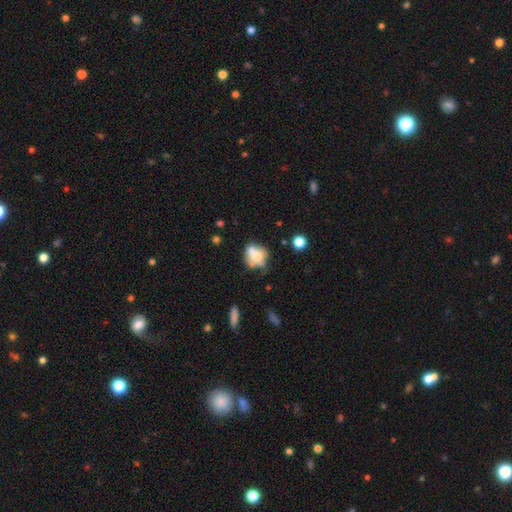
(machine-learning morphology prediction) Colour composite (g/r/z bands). It shows a smooth galaxy with no disk features (52%) that is round (54%). Merging: none (43%).